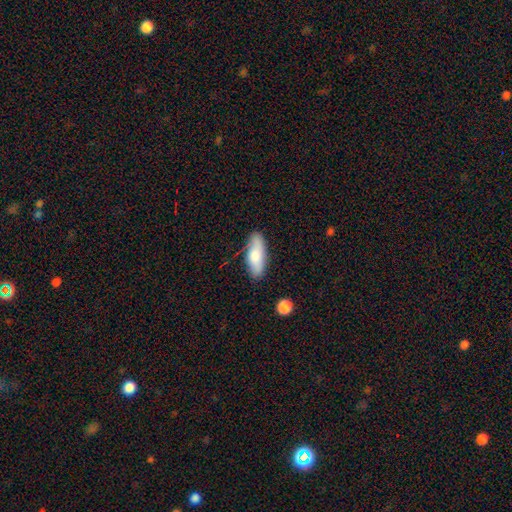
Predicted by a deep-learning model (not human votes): This appears to be a smooth galaxy with no disk features (77%) that is in between round and cigar-shaped (72%). Merging: none (76%).